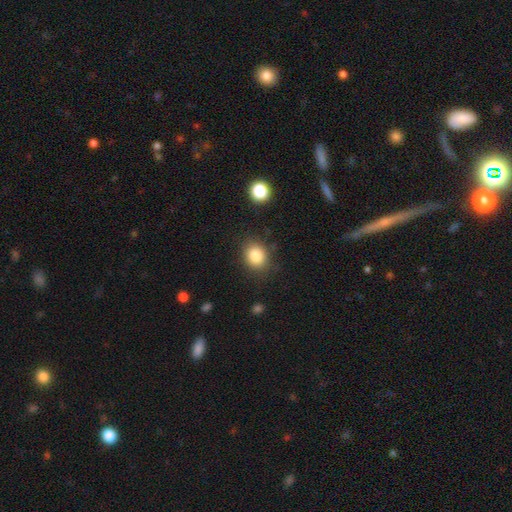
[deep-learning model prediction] Smooth or featured?
  - smooth: 84% *
  - star or artifact: 10%
  - featured or disk: 6%
How rounded?
  - round: 62% *
  - in between: 37%
  - cigar-shaped: 1%
Merging?
  - none: 85% *
  - minor disturbance: 10%
  - major disturbance: 3%
  - merger: 2%